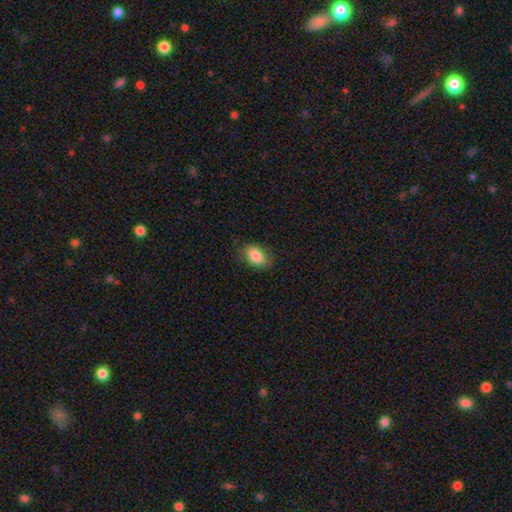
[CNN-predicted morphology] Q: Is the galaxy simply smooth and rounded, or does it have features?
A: smooth — 85%.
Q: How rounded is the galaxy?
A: in between — 85%.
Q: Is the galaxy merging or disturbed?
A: none — 79%.